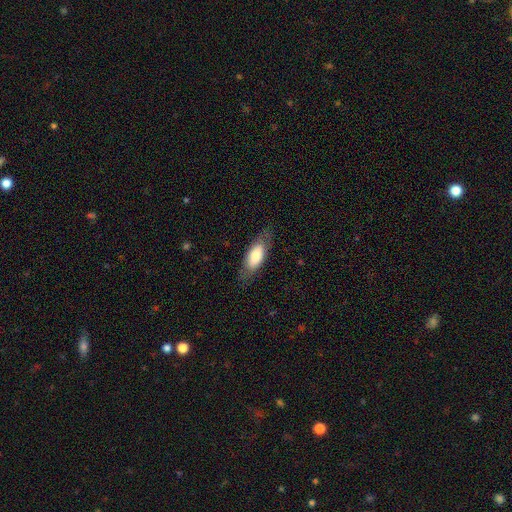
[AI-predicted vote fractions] Smooth or featured: smooth — 71% (featured or disk — 23%)
How rounded: in between — 76% (cigar-shaped — 22%)
Merging: none — 76% (minor disturbance — 16%)